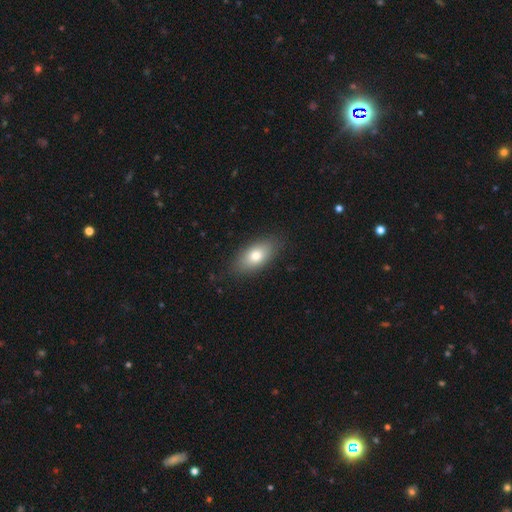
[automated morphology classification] smooth 76%, featured or disk 17%, star or artifact 7%. Down the decision tree: how rounded — in between (88%); merging — none (85%).